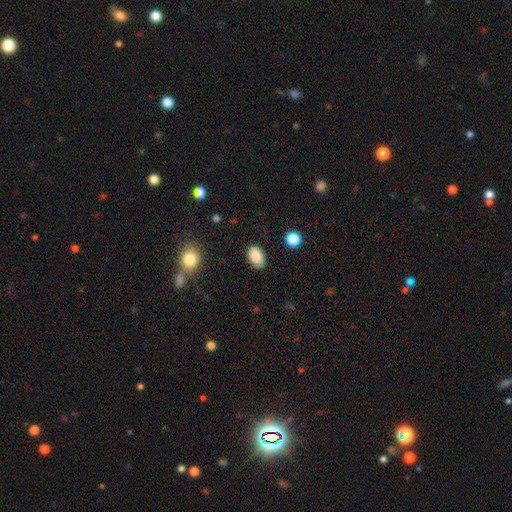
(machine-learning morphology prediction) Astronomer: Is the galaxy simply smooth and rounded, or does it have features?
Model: smooth — 87%.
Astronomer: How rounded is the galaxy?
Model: in between — 83%.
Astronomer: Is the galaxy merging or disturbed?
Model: none — 76%.